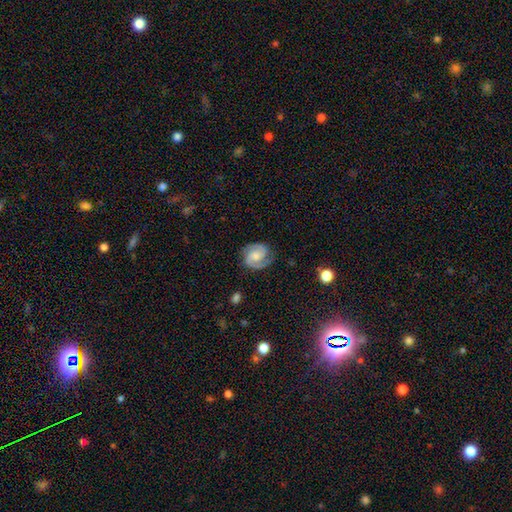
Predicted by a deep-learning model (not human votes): Smooth or featured? Predicted: featured or disk (p=0.86). Edge-on disk? Predicted: no (p=0.98). Bar? Predicted: no (p=0.54). Spiral arms? Predicted: yes (p=0.98). Spiral winding? Predicted: tight (p=0.47). Spiral arm count? Predicted: 2 (p=0.92). Bulge size? Predicted: moderate (p=0.44). Merging? Predicted: none (p=0.80).